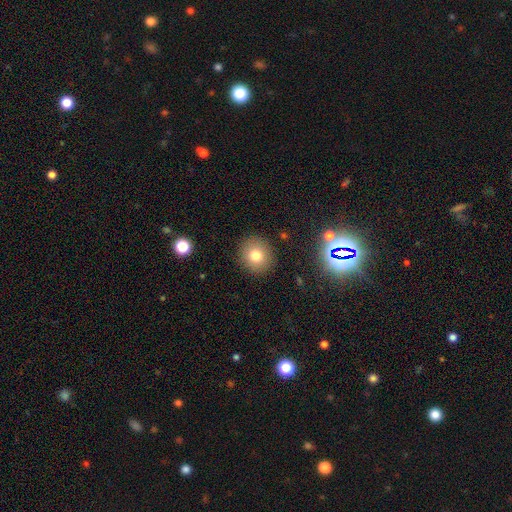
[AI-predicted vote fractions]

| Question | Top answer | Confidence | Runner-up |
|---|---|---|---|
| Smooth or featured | smooth | 77% | star or artifact (12%) |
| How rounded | round | 87% | in between (12%) |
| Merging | none | 89% | minor disturbance (7%) |